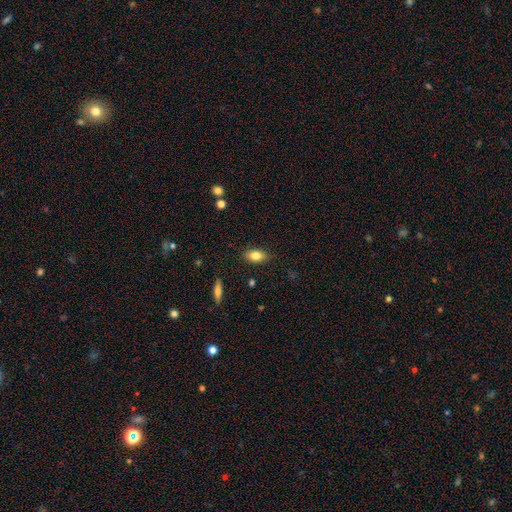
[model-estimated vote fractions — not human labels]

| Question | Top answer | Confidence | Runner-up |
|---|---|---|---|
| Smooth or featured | smooth | 80% | featured or disk (11%) |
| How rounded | in between | 87% | round (7%) |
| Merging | none | 83% | minor disturbance (13%) |